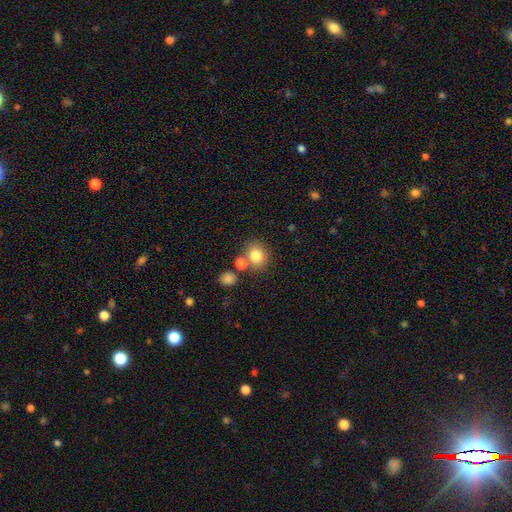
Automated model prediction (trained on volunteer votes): The model was most divided on "merging": none: 68%, merger: 19%, minor disturbance: 10%, major disturbance: 4%. More confident: smooth or featured — smooth (81%); how rounded — round (78%).